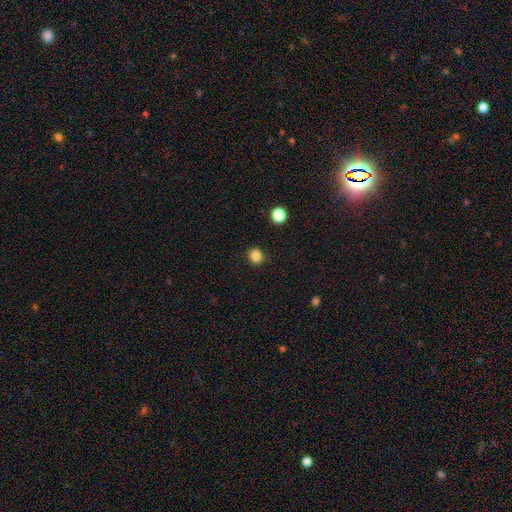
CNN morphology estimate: Smooth or featured? Predicted: smooth (p=0.85). How rounded? Predicted: round (p=0.79). Merging? Predicted: none (p=0.88).